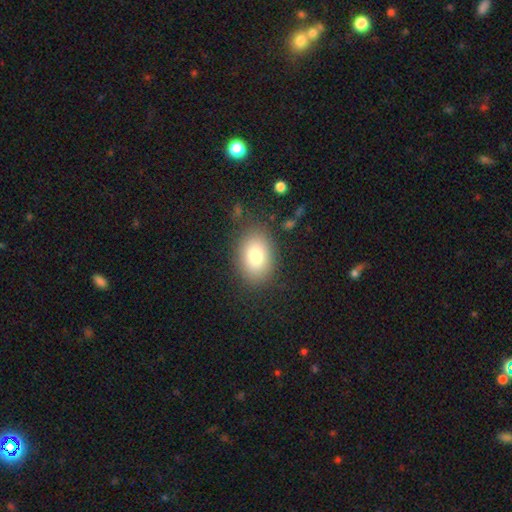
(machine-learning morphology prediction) type=smooth (80%); roundness=in between (78%); merging=none (83%).